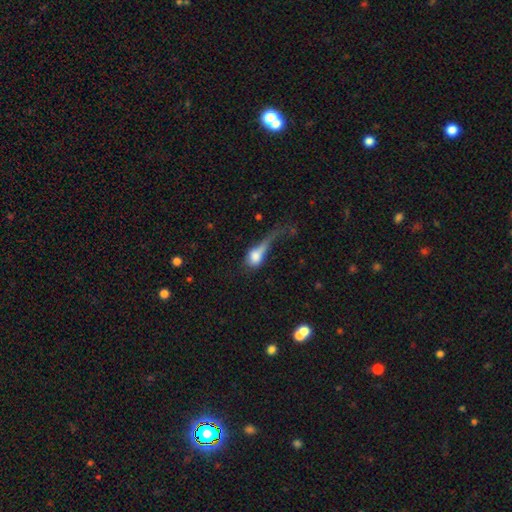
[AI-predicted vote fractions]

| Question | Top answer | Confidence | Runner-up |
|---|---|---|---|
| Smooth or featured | smooth | 64% | featured or disk (26%) |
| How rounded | in between | 60% | round (29%) |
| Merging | major disturbance | 58% | minor disturbance (17%) |